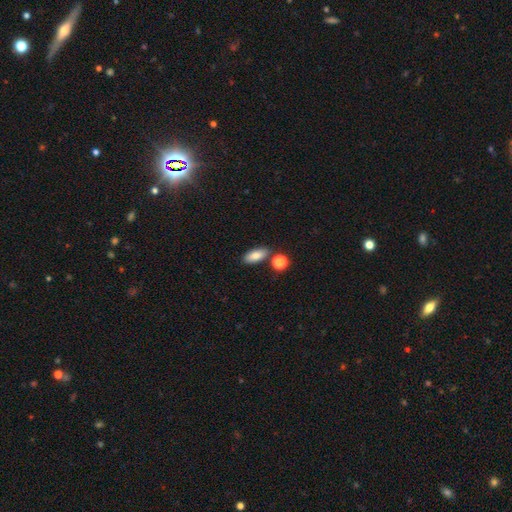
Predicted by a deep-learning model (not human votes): smooth-or-featured: smooth: 80% | featured or disk: 11% | star or artifact: 8%
  how-rounded: in between: 84% | cigar-shaped: 11% | round: 5%
  merging: none: 78% | minor disturbance: 10% | merger: 9% | major disturbance: 3%